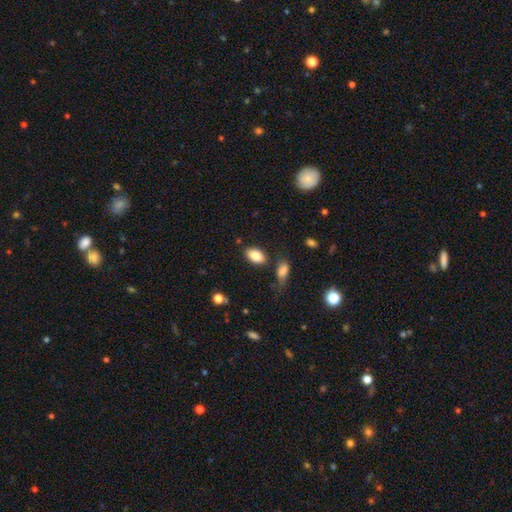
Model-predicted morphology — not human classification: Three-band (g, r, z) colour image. It shows a smooth galaxy with no disk features (84%) that is in between round and cigar-shaped (91%). Merging: none (79%).